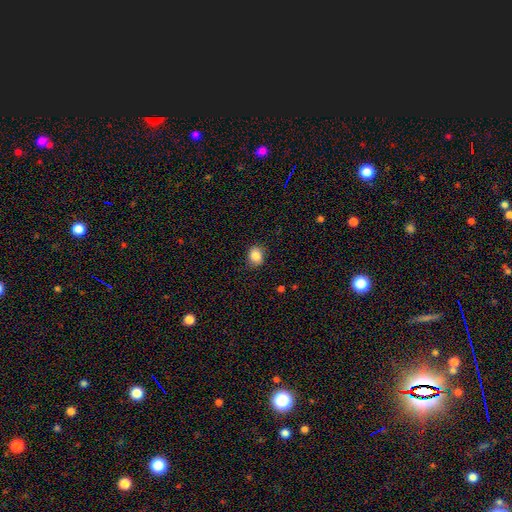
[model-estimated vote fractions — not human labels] Overall: smooth (86%). How rounded: round (61%; in between 38%). Merging: none (86%).